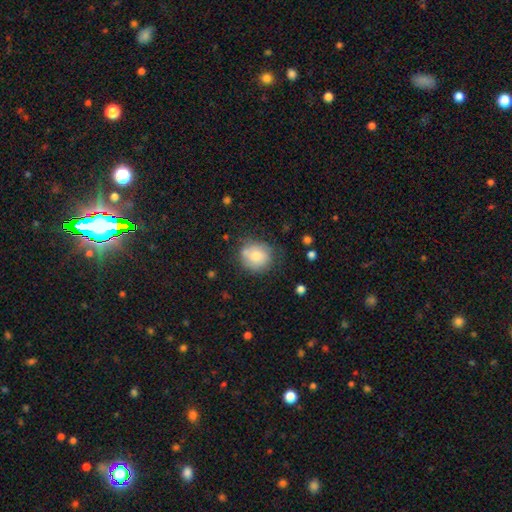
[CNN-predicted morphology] A smooth galaxy with no disk features (74%) that is round (82%).

Vote fractions:
- Smooth or featured? smooth: 74% / featured or disk: 18% / star or artifact: 8%
- How rounded? round: 82% / in between: 17% / cigar-shaped: 1%
- Merging? none: 62% / minor disturbance: 24% / major disturbance: 9% / merger: 6%